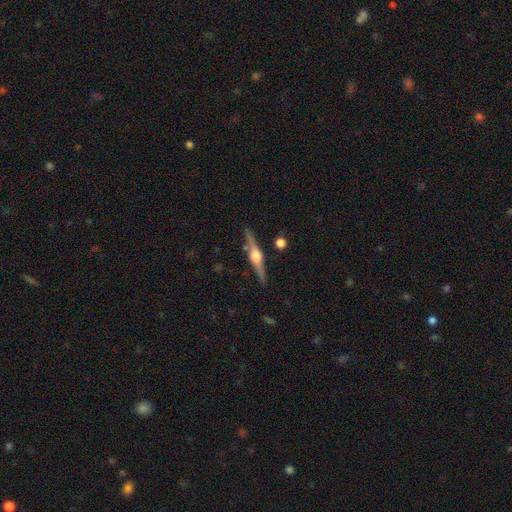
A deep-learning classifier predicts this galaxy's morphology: type=featured or disk (80%); edge-on=yes (98%); edge-on bulge=rounded (93%); merging=none (87%).